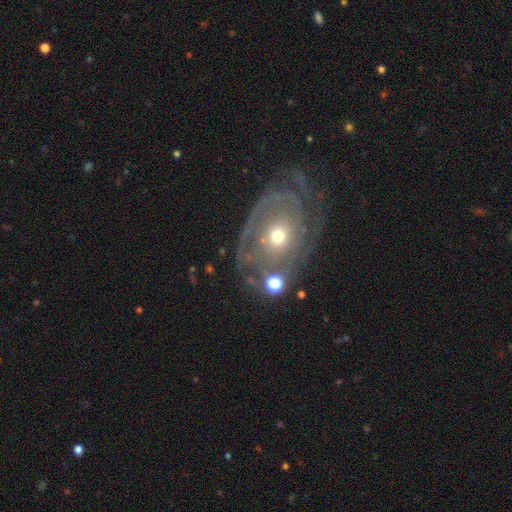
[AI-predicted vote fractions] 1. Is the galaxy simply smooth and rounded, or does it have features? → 81% featured or disk, 11% smooth, 8% star or artifact.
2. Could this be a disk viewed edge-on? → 95% no, 5% yes.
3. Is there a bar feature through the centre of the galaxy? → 81% no, 15% weak, 5% strong.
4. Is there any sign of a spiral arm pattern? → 84% yes, 16% no.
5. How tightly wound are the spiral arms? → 74% tight, 19% medium, 6% loose.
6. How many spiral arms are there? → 44% can't tell, 20% 2, 15% 3, 8% 4, 7% 1, 7% more than 4.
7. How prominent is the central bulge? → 55% moderate, 40% small, 3% large, 1% none, 1% dominant.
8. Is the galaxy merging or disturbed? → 66% none, 19% minor disturbance, 10% major disturbance, 6% merger.